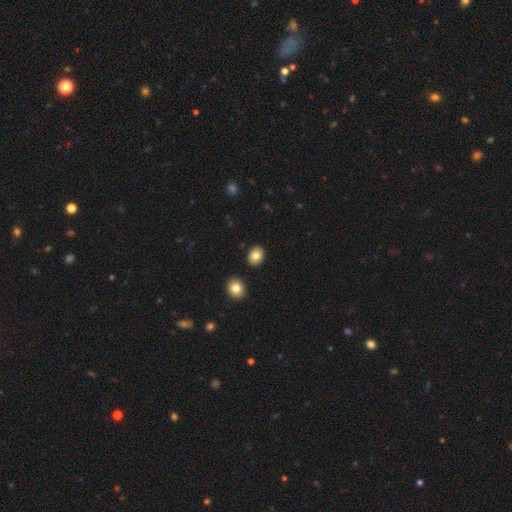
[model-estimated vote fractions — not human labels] The model was most divided on "how rounded": in between: 57%, round: 42%, cigar-shaped: 1%. More confident: merging — none (88%); smooth or featured — smooth (81%).